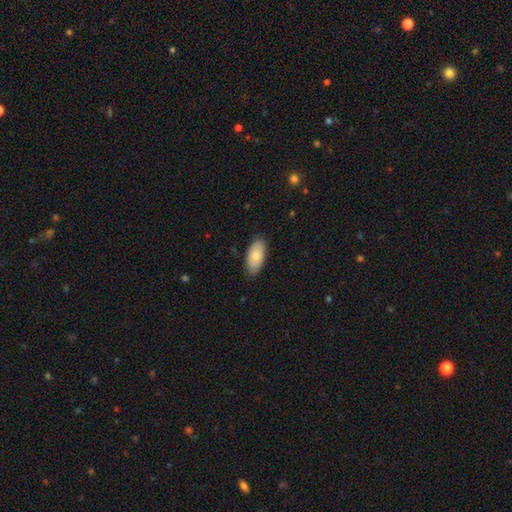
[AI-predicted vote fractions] Morphology: type=smooth (78%); roundness=in between (93%); merging=none (85%).